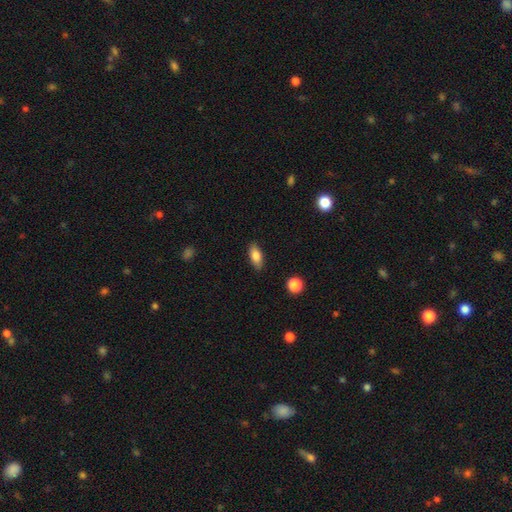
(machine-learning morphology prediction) Smooth or featured? Predicted: smooth (p=0.81). How rounded? Predicted: in between (p=0.83). Merging? Predicted: none (p=0.86).